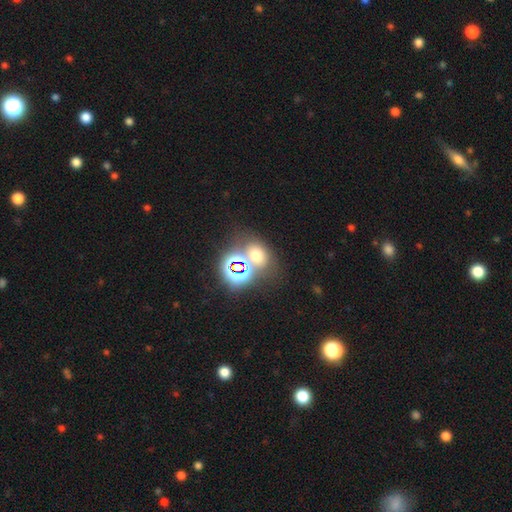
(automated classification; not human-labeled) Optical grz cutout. It shows a smooth galaxy with no disk features (51%) that is in between round and cigar-shaped (49%, tied with round). Merging: none (54%).